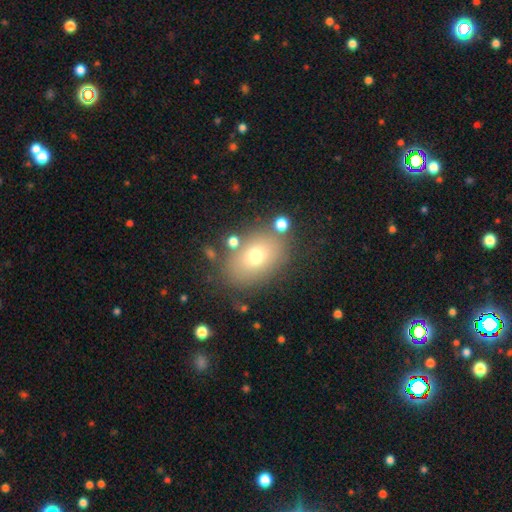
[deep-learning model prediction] Smooth or featured? smooth (70%)
How rounded? in between (77%)
Merging? none (75%)